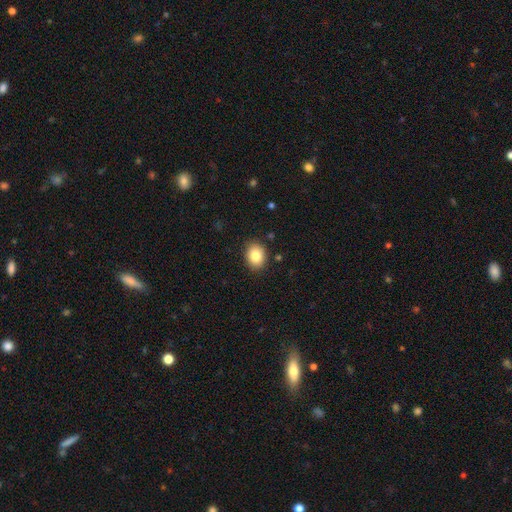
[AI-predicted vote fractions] Smooth or featured? smooth (85%)
How rounded? in between (55%)
Merging? none (88%)